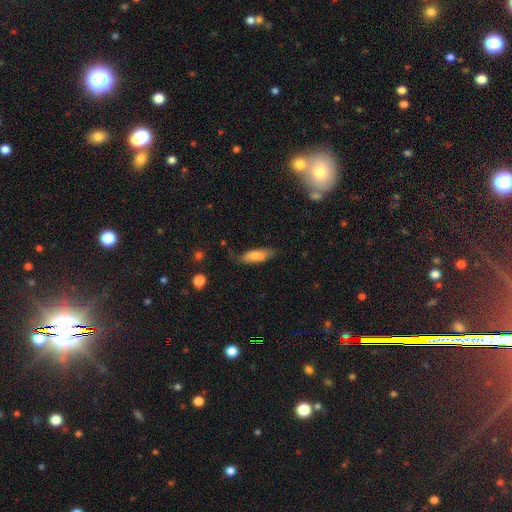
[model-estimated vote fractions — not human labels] The model was most divided on "how rounded": in between: 51%, cigar-shaped: 47%, round: 2%. More confident: smooth or featured — smooth (71%); merging — none (63%).